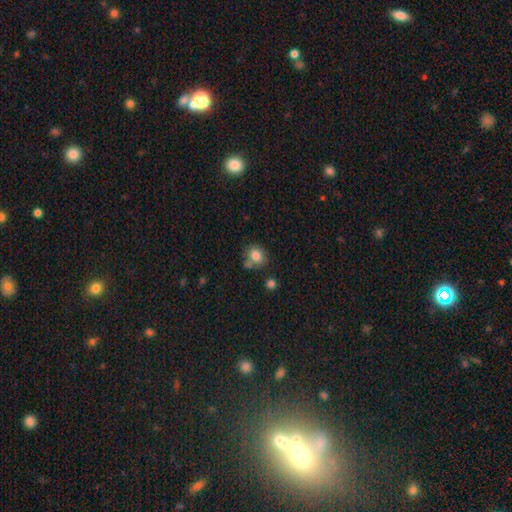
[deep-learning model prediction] A smooth galaxy with no disk features (81%) that is round (68%).

Vote fractions:
- Smooth or featured? smooth: 81% / star or artifact: 10% / featured or disk: 9%
- How rounded? round: 68% / in between: 31% / cigar-shaped: 1%
- Merging? none: 66% / minor disturbance: 16% / merger: 14% / major disturbance: 4%